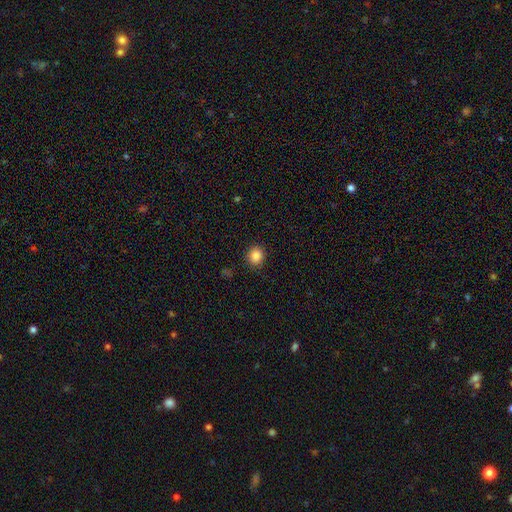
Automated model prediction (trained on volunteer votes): Smooth or featured?
  - smooth: 86% *
  - star or artifact: 10%
  - featured or disk: 4%
How rounded?
  - round: 82% *
  - in between: 17%
  - cigar-shaped: 1%
Merging?
  - none: 89% *
  - minor disturbance: 8%
  - major disturbance: 2%
  - merger: 1%